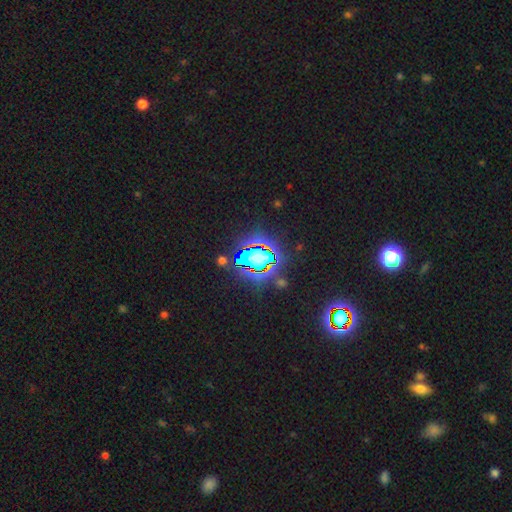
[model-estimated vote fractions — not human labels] Q: Smooth or featured?
A: star or artifact (68%); runner-up: smooth (19%)